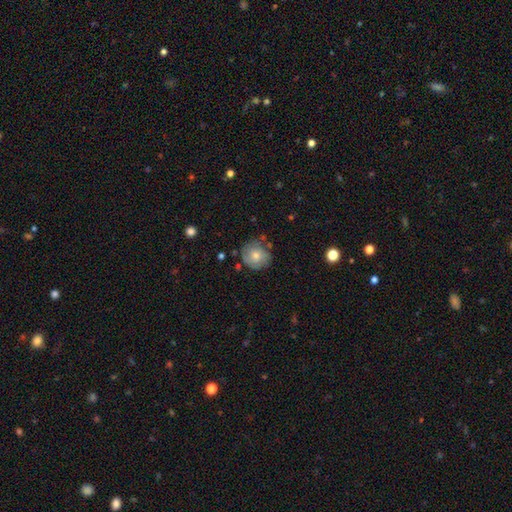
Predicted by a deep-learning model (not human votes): A smooth galaxy with no disk features (64%) that is round (86%). Merging: none (70%).